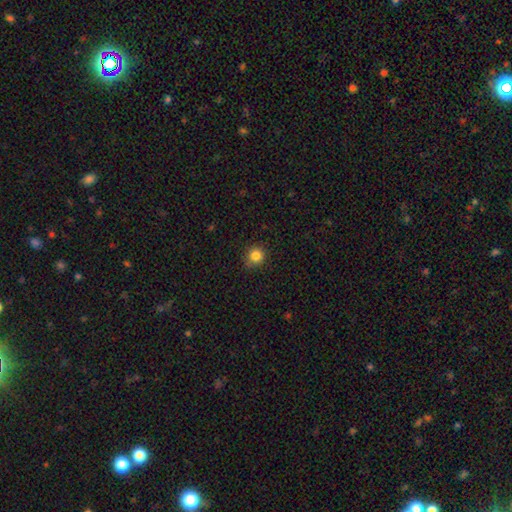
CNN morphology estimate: smooth 85%, star or artifact 11%, featured or disk 4%. Down the decision tree: how rounded — round (91%); merging — none (84%).